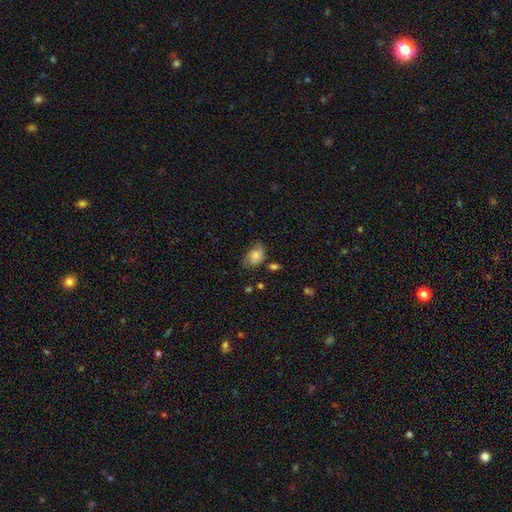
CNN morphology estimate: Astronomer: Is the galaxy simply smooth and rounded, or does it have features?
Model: smooth — 76%.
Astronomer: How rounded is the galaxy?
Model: in between — 82%.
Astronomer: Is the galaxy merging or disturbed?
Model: none — 54% (runner-up: minor disturbance, 32%).